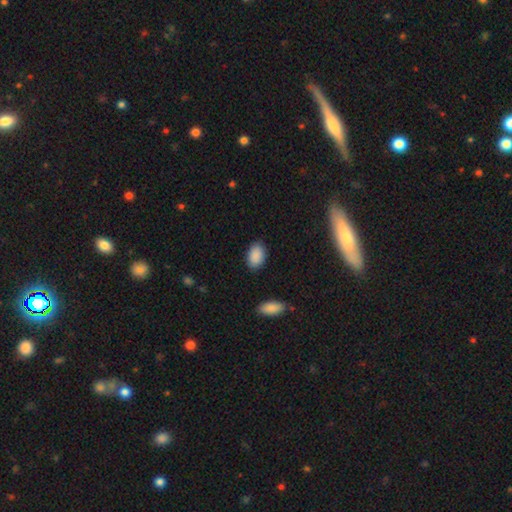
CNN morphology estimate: Smooth or featured?
  - smooth: 90% *
  - star or artifact: 7%
  - featured or disk: 3%
How rounded?
  - in between: 89% *
  - round: 10%
  - cigar-shaped: 1%
Merging?
  - none: 86% *
  - minor disturbance: 10%
  - major disturbance: 2%
  - merger: 2%